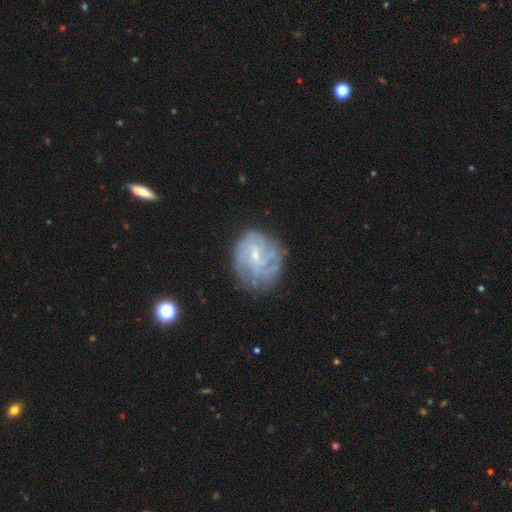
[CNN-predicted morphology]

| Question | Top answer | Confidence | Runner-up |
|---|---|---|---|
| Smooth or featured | featured or disk | 75% | smooth (18%) |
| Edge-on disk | no | 98% | yes (2%) |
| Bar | weak | 49% | no (44%) |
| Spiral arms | yes | 86% | no (14%) |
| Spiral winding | tight | 50% | medium (36%) |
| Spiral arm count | can't tell | 46% | 3 (16%) |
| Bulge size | small | 64% | moderate (21%) |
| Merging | none | 66% | minor disturbance (21%) |